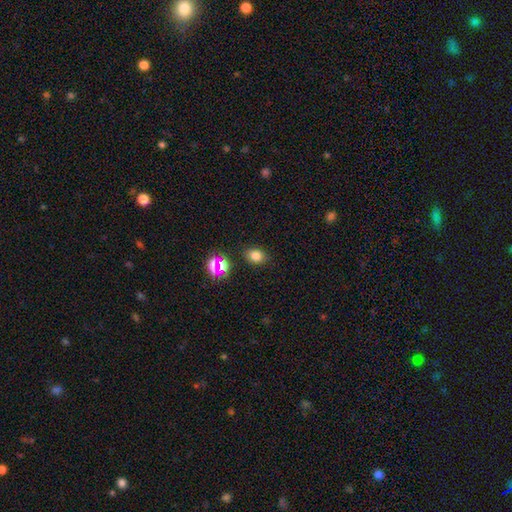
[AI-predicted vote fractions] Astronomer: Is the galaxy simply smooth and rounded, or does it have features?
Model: smooth — 74%.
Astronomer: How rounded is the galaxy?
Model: in between — 63%.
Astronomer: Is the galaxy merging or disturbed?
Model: none — 83%.